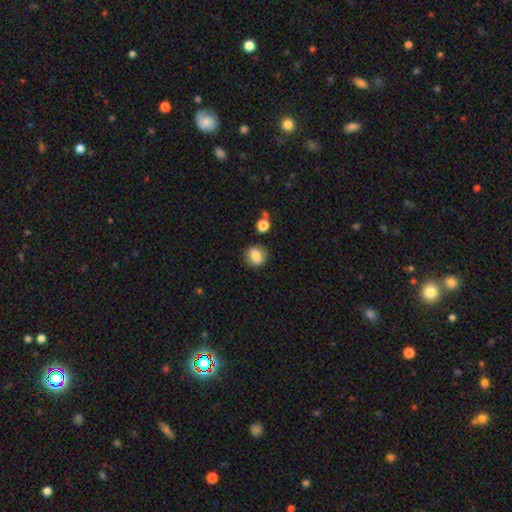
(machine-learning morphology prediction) smooth 78%, featured or disk 13%, star or artifact 9%. Down the decision tree: how rounded — round (68%); merging — none (84%).